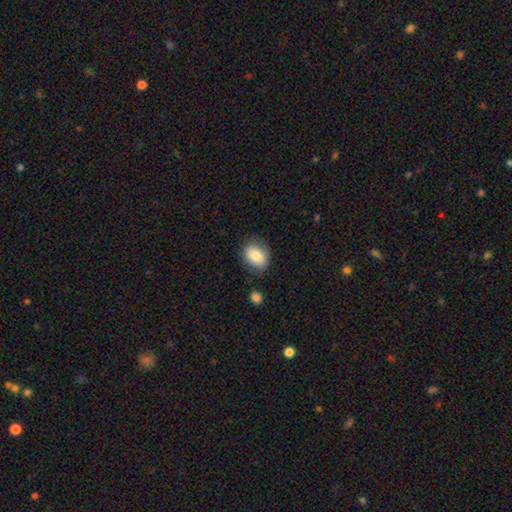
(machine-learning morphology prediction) This appears to be a smooth galaxy with no disk features (82%) that is in between round and cigar-shaped (62%). Merging: none (78%).